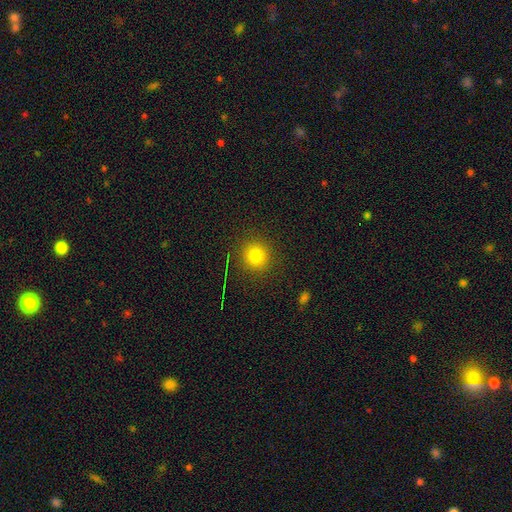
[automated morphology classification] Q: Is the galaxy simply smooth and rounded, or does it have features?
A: smooth — 77%.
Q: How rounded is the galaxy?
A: round — 92%.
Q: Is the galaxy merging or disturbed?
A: none — 89%.